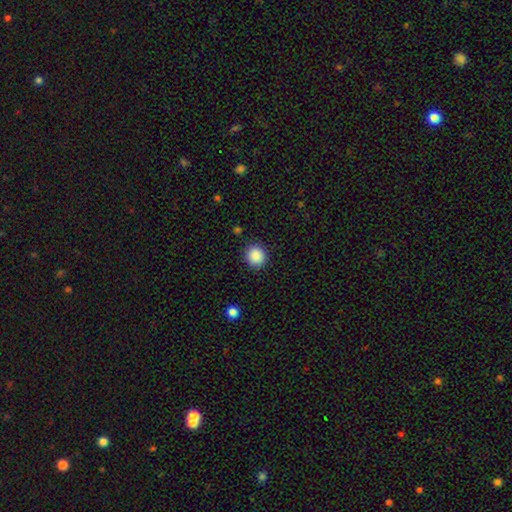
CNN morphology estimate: smooth 89%, star or artifact 9%, featured or disk 3%. Down the decision tree: how rounded — round (87%); merging — none (89%).